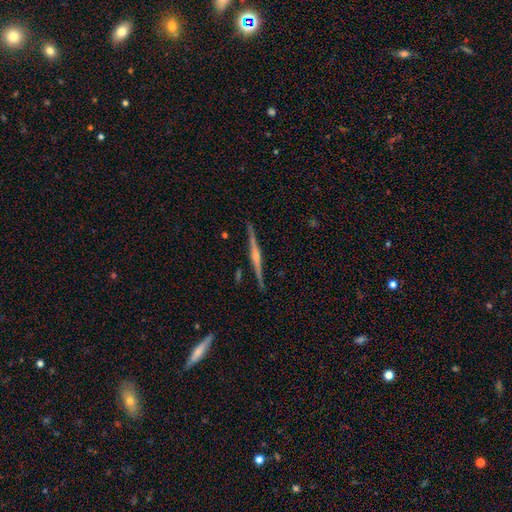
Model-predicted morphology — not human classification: smooth-or-featured: featured or disk: 84% | smooth: 11% | star or artifact: 5%
  disk-edge-on: yes: 98% | no: 2%
    edge-on-bulge: rounded: 76% | boxy: 13% | none: 11%
  merging: none: 92% | minor disturbance: 6% | major disturbance: 1% | merger: 1%